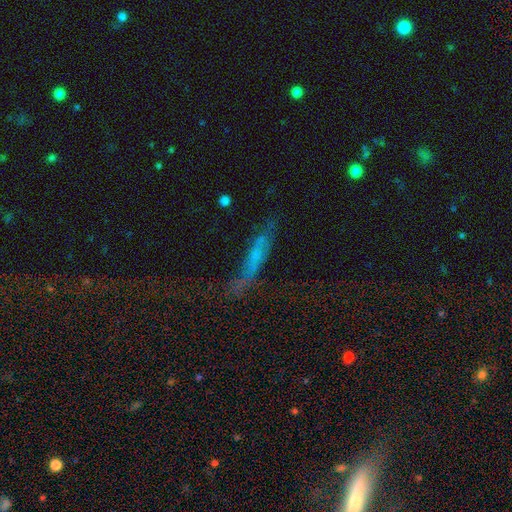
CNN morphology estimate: smooth 43%, featured or disk 42%, star or artifact 15%. Down the decision tree: merging — none (52%).